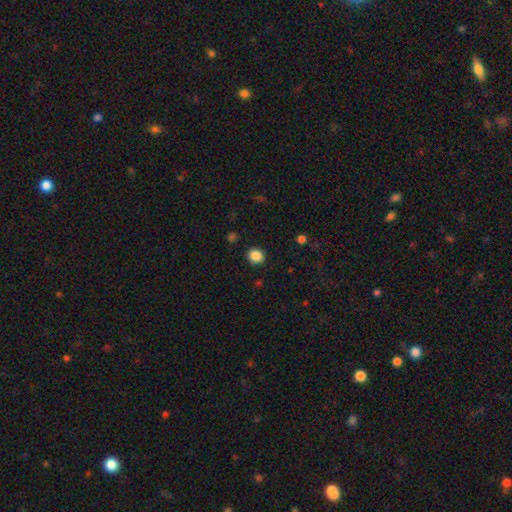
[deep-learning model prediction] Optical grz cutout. It shows a smooth galaxy with no disk features (86%) that is round (84%). Merging: none (91%).